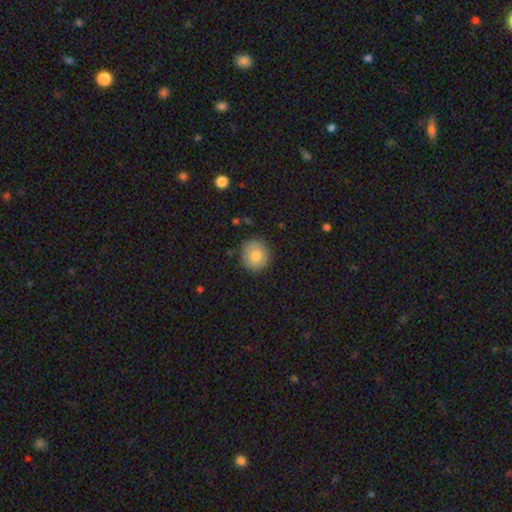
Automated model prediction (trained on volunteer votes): A smooth galaxy with no disk features (78%) that is round (92%).

Vote fractions:
- Smooth or featured? smooth: 78% / featured or disk: 14% / star or artifact: 8%
- How rounded? round: 92% / in between: 7% / cigar-shaped: 1%
- Merging? none: 87% / minor disturbance: 10% / major disturbance: 2% / merger: 1%